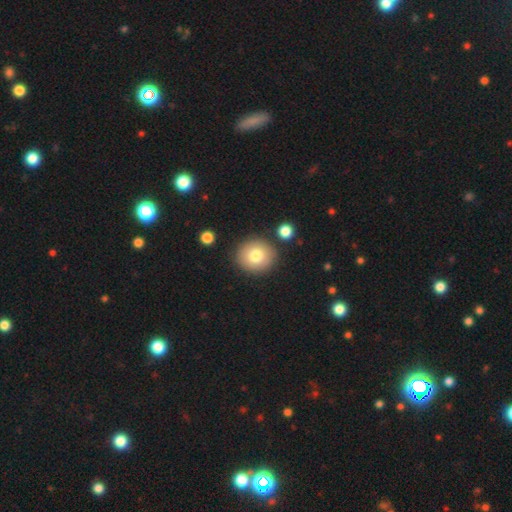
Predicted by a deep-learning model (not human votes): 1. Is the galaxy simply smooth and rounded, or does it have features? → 78% smooth, 12% featured or disk, 10% star or artifact.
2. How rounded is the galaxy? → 84% round, 15% in between, 1% cigar-shaped.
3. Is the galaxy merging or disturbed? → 85% none, 8% minor disturbance, 5% merger, 2% major disturbance.